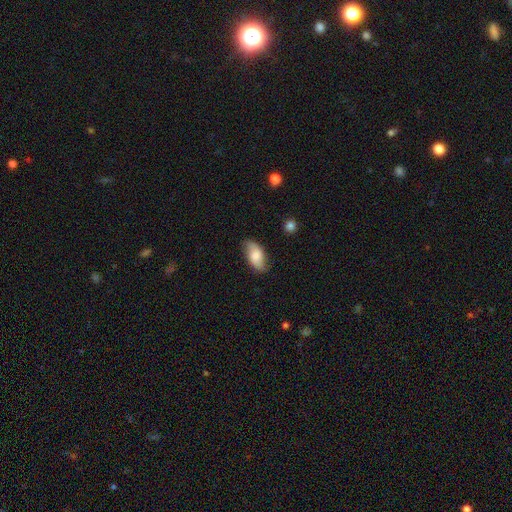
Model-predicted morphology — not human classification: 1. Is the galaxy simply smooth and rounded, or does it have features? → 59% smooth, 34% featured or disk, 7% star or artifact.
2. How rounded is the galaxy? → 92% in between, 4% cigar-shaped, 4% round.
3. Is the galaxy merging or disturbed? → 77% none, 18% minor disturbance, 4% major disturbance, 1% merger.